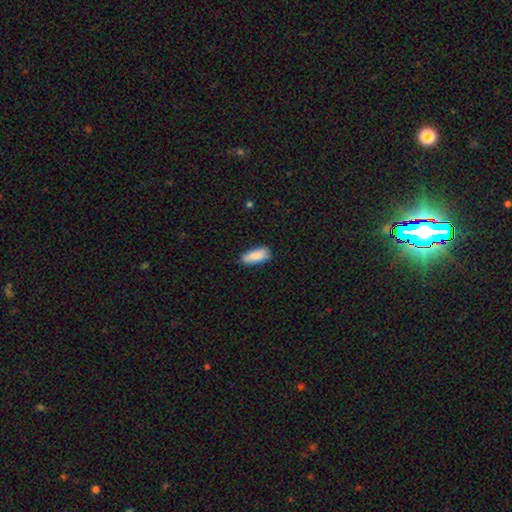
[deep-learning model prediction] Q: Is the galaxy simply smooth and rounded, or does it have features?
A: smooth — 87%.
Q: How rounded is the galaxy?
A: in between — 81%.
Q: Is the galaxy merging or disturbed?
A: none — 77%.